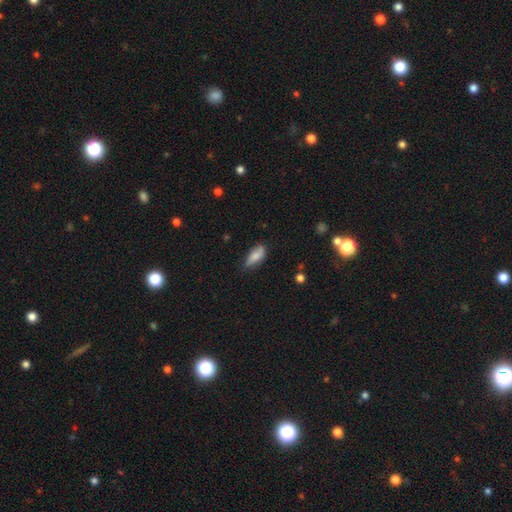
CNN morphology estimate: Q: Smooth or featured?
A: smooth (79%); runner-up: featured or disk (14%)
Q: How rounded?
A: in between (74%); runner-up: cigar-shaped (24%)
Q: Merging?
A: none (64%); runner-up: minor disturbance (28%)